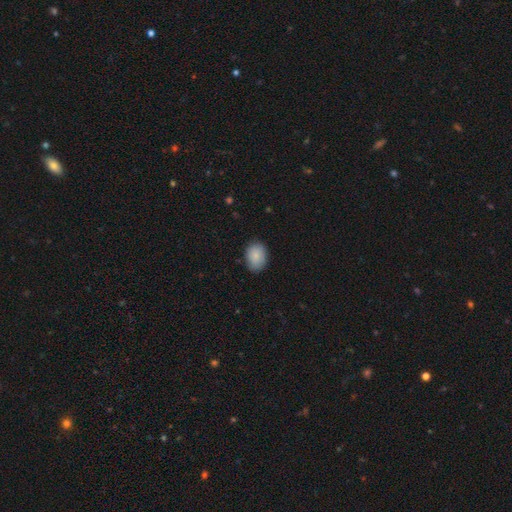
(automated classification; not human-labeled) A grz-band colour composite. It shows a smooth galaxy with no disk features (87%) that is in between round and cigar-shaped (74%). Merging: none (83%).